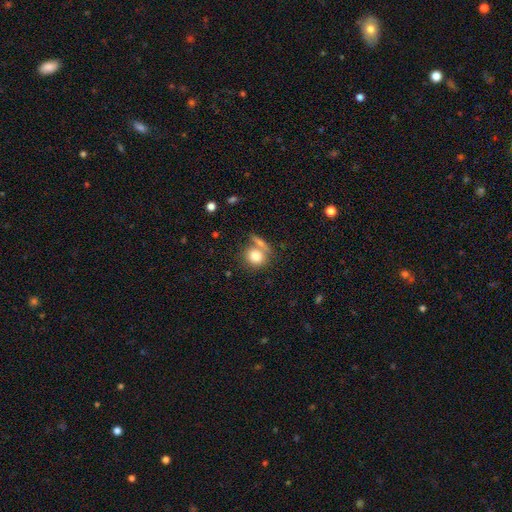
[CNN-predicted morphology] smooth_or_featured: smooth (p=0.81) [alt: featured or disk p=0.11]
how_rounded: round (p=0.75) [alt: in between p=0.23]
merging: none (p=0.51) [alt: merger p=0.31]